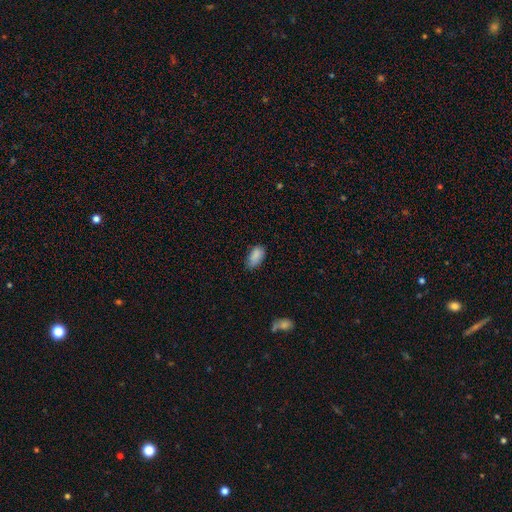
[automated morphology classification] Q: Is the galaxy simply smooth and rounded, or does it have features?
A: smooth — 88%.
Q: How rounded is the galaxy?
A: in between — 93%.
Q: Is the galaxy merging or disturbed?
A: none — 72%.